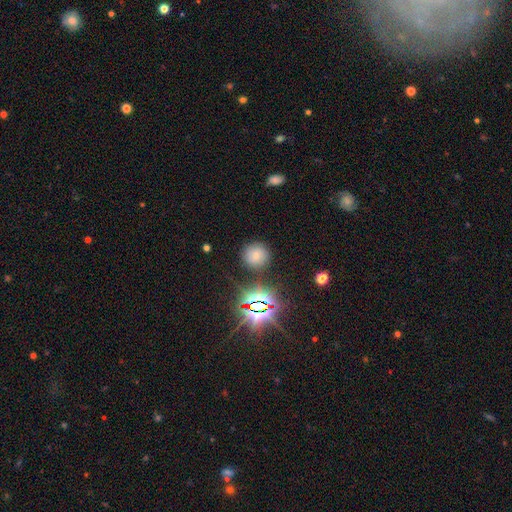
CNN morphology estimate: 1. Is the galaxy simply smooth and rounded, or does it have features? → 65% smooth, 23% star or artifact, 12% featured or disk.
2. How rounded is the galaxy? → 91% round, 8% in between, 1% cigar-shaped.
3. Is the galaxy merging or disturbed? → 83% none, 10% minor disturbance, 4% major disturbance, 3% merger.